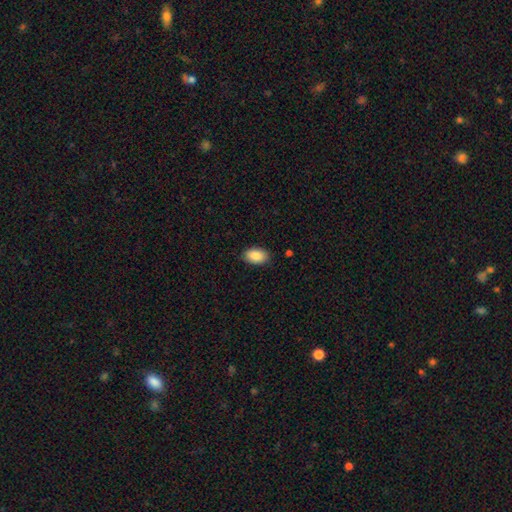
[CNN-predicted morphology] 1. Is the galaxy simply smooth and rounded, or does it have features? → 88% smooth, 7% star or artifact, 5% featured or disk.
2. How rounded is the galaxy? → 92% in between, 6% round, 1% cigar-shaped.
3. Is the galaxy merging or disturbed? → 88% none, 9% minor disturbance, 2% major disturbance, 1% merger.